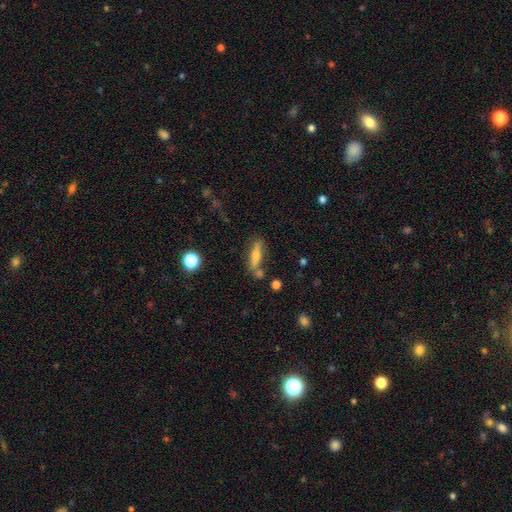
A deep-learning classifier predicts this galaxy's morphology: Smooth or featured? Predicted: smooth (p=0.55). How rounded? Predicted: cigar-shaped (p=0.67). Merging? Predicted: none (p=0.67).